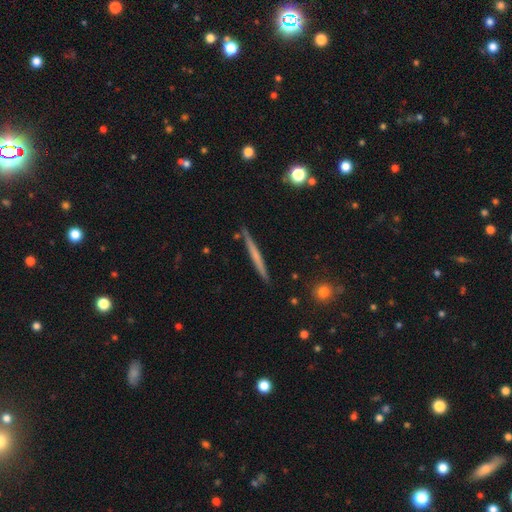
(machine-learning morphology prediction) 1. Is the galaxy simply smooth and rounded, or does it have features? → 49% featured or disk, 45% smooth, 6% star or artifact.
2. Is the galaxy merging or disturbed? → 90% none, 7% minor disturbance, 2% merger, 1% major disturbance.